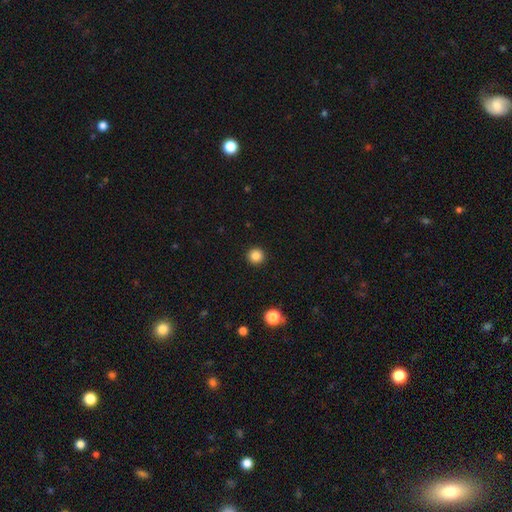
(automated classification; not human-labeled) Smooth or featured?
  - smooth: 85% *
  - star or artifact: 11%
  - featured or disk: 4%
How rounded?
  - round: 95% *
  - in between: 4%
  - cigar-shaped: 1%
Merging?
  - none: 93% *
  - minor disturbance: 4%
  - major disturbance: 2%
  - merger: 1%